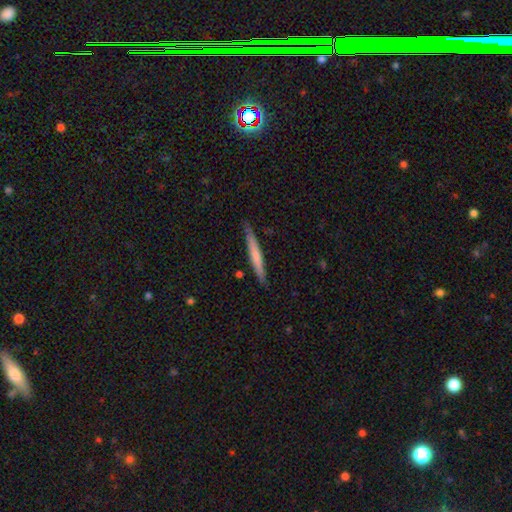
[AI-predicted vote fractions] smooth-or-featured: smooth: 59% | featured or disk: 36% | star or artifact: 5%
  how-rounded: cigar-shaped: 96% | in between: 3% | round: 1%
  merging: none: 87% | minor disturbance: 10% | major disturbance: 2% | merger: 1%